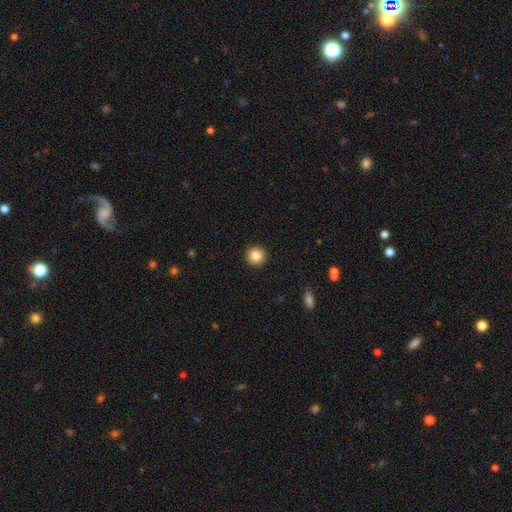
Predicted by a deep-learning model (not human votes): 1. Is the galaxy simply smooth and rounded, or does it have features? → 85% smooth, 10% star or artifact, 5% featured or disk.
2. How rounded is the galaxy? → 96% round, 3% in between, 1% cigar-shaped.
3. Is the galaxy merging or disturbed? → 93% none, 4% minor disturbance, 1% major disturbance, 1% merger.